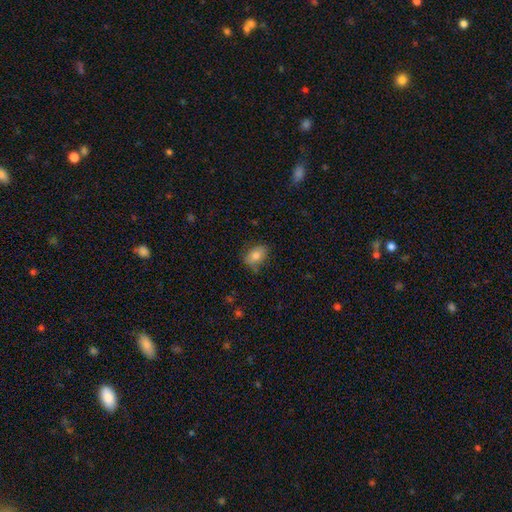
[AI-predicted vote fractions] A smooth galaxy with no disk features (78%) that is in between round and cigar-shaped (83%).

Vote fractions:
- Smooth or featured? smooth: 78% / featured or disk: 13% / star or artifact: 9%
- How rounded? in between: 83% / round: 15% / cigar-shaped: 2%
- Merging? none: 73% / minor disturbance: 21% / major disturbance: 4% / merger: 2%